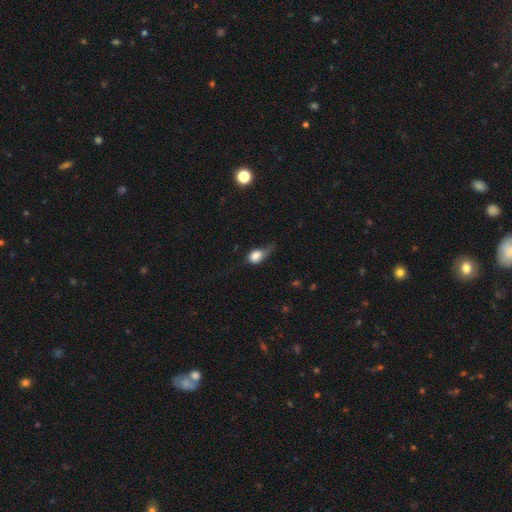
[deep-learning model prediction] Morphology: type=smooth (78%); roundness=in between (73%); merging=minor disturbance (39%).